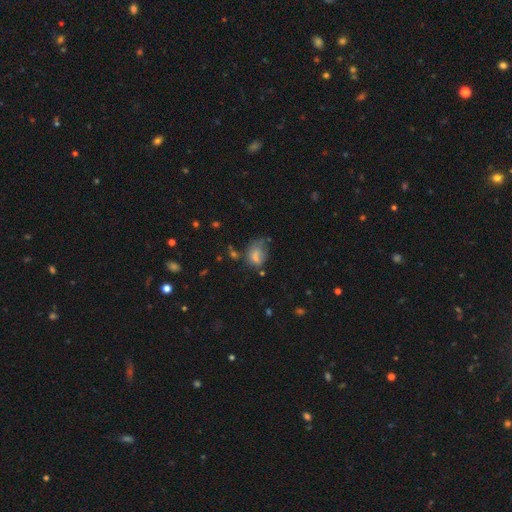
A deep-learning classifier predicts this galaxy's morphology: smooth 64%, featured or disk 22%, star or artifact 13%. Down the decision tree: how rounded — in between (66%); merging — none (32%).